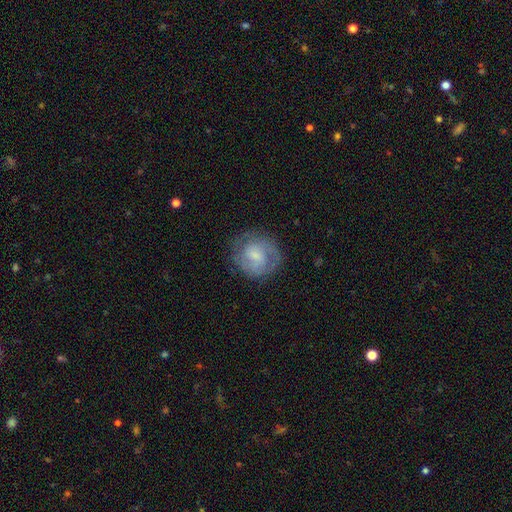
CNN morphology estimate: Smooth or featured? Predicted: featured or disk (p=0.55). Edge-on disk? Predicted: no (p=0.98). Bar? Predicted: no (p=0.47). Spiral arms? Predicted: yes (p=0.77). Bulge size? Predicted: small (p=0.49). Merging? Predicted: none (p=0.72).